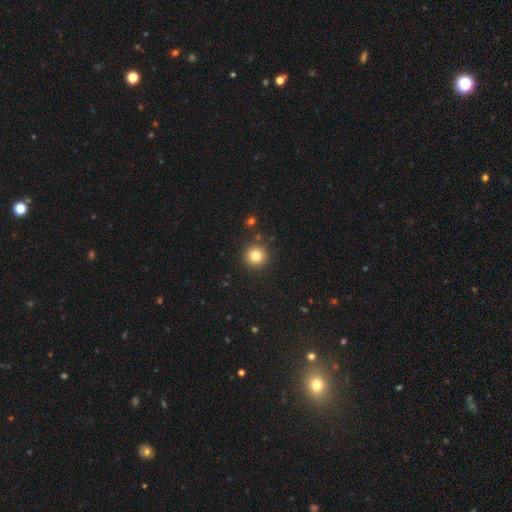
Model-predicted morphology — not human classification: smooth 82%, star or artifact 11%, featured or disk 7%. Down the decision tree: how rounded — round (95%); merging — none (90%).